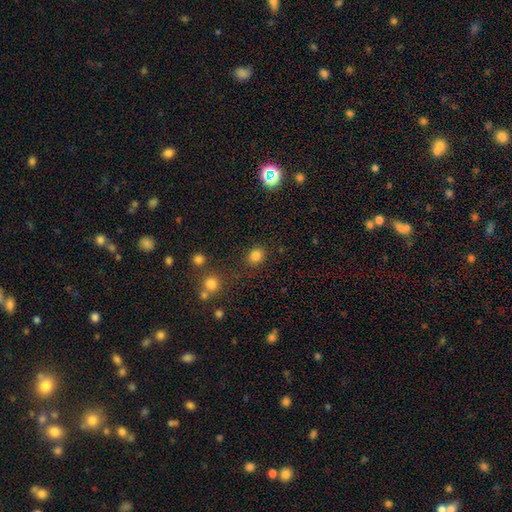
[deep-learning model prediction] smooth_or_featured: smooth (p=0.82) [alt: star or artifact p=0.13]
how_rounded: round (p=0.61) [alt: in between p=0.38]
merging: none (p=0.83) [alt: minor disturbance p=0.10]